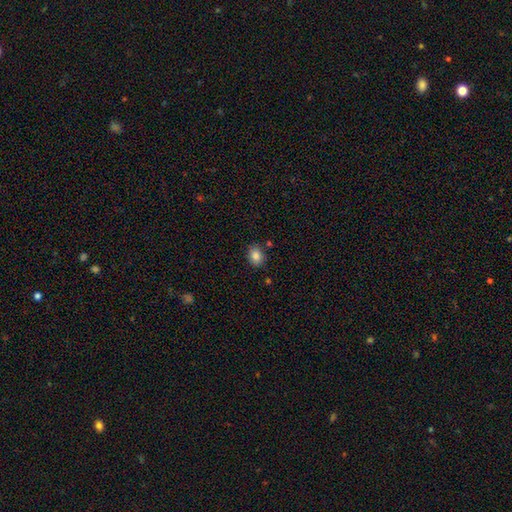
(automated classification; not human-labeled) Overall: smooth (85%). How rounded: in between (55%; round 44%). Merging: none (83%).